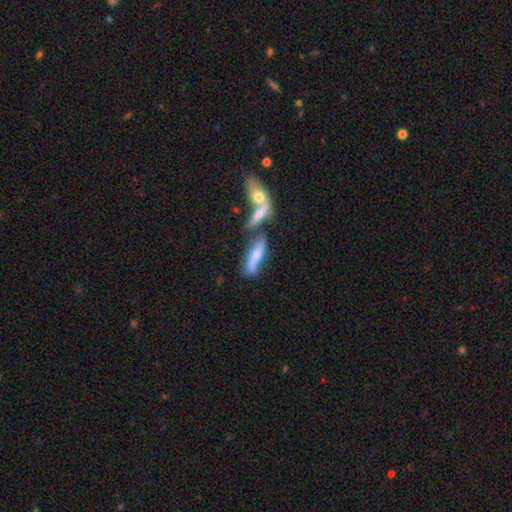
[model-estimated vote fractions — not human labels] Smooth or featured: smooth — 49% (featured or disk — 43%)
Merging: merger — 40% (none — 38%)